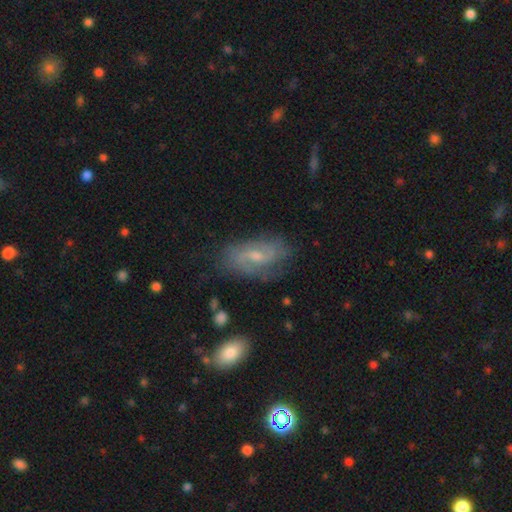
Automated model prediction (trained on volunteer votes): smooth-or-featured: featured or disk: 67% | smooth: 25% | star or artifact: 8%
  disk-edge-on: no: 93% | yes: 7%
    bar: weak: 50% | no: 38% | strong: 12%
    has-spiral-arms: yes: 85% | no: 15%
      spiral-winding: medium: 41% | loose: 33% | tight: 26%
      spiral-arm-count: 2: 63% | can't tell: 24% | 3: 5% | 1: 4% | 4: 2% | more than 4: 2%
    bulge-size: small: 56% | moderate: 37% | none: 4% | large: 2% | dominant: 1%
  merging: none: 70% | minor disturbance: 20% | major disturbance: 8% | merger: 2%